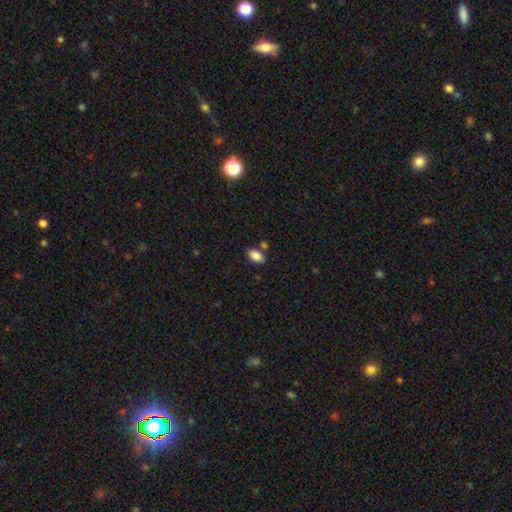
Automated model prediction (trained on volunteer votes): Overall: smooth (86%). How rounded: in between (91%). Merging: none (75%).